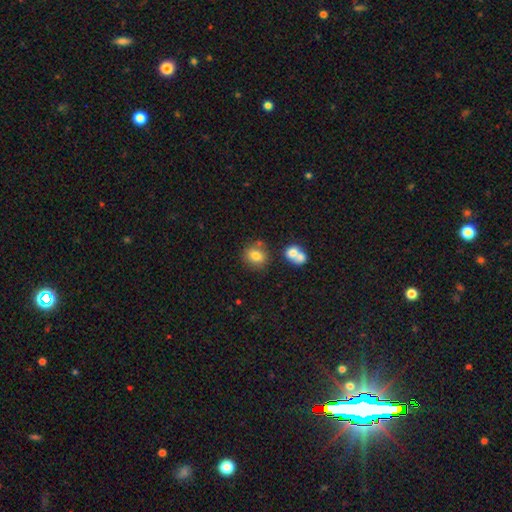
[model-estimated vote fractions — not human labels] Smooth or featured?
  - smooth: 79% *
  - star or artifact: 11%
  - featured or disk: 10%
How rounded?
  - round: 67% *
  - in between: 32%
  - cigar-shaped: 1%
Merging?
  - none: 69% *
  - merger: 16%
  - minor disturbance: 12%
  - major disturbance: 4%